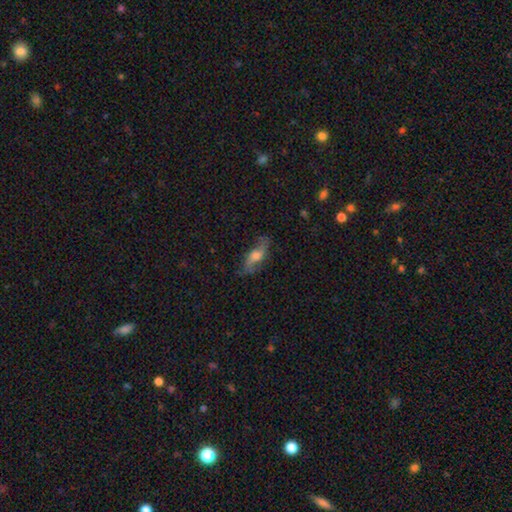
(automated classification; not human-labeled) Q: Smooth or featured?
A: featured or disk (49%); runner-up: smooth (43%)
Q: Merging?
A: none (74%); runner-up: minor disturbance (18%)